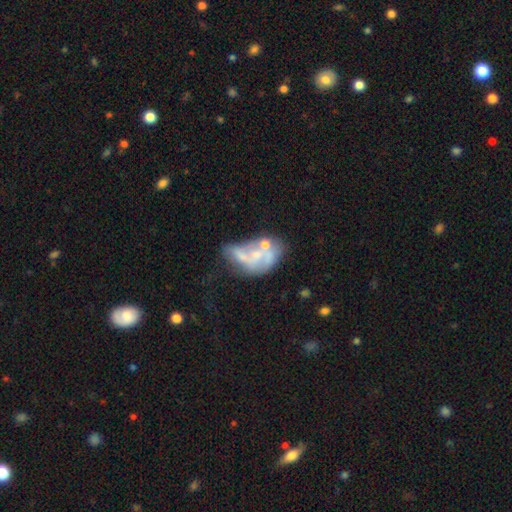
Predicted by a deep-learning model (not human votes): The model was most divided on "merging": merger: 35%, major disturbance: 26%, none: 22%, minor disturbance: 17%. Remaining: edge-on disk — no (97%); bar — no (78%); spiral arms — no (67%); smooth or featured — featured or disk (65%); bulge size — small (41%).